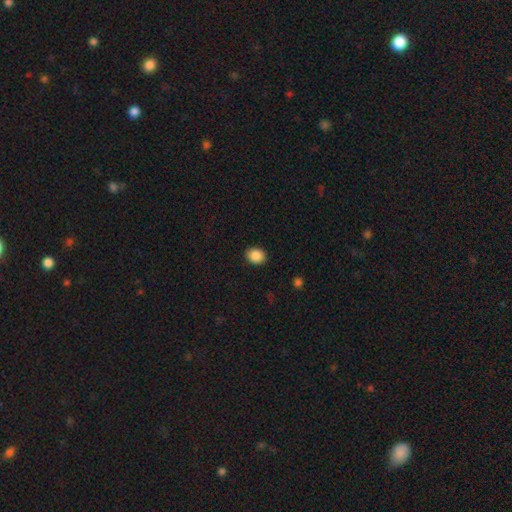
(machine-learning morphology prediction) smooth-or-featured: smooth: 88% | star or artifact: 9% | featured or disk: 3%
  how-rounded: round: 57% | in between: 42% | cigar-shaped: 1%
  merging: none: 90% | minor disturbance: 7% | major disturbance: 2% | merger: 1%